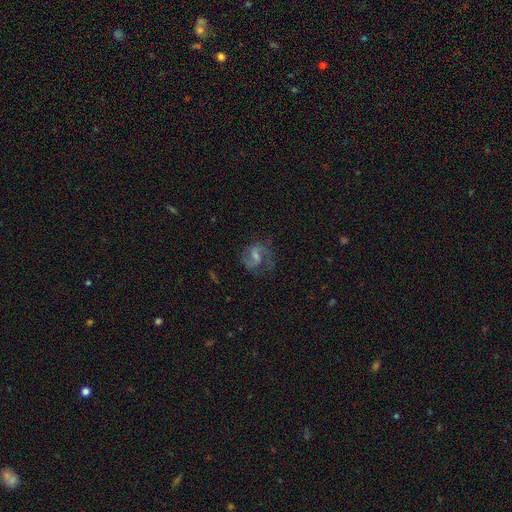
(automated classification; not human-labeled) A featured or disk galaxy (74%) with a weak bar (54%), 2 (84%) medium (51%) spiral arms (91%) and a small central bulge (44%). Merging: none (64%).